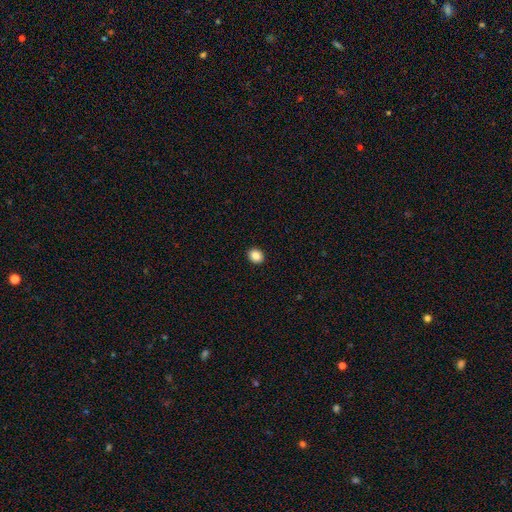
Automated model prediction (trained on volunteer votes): This is clearly a smooth galaxy (86%). How rounded: likely round (62%). Merging: clearly none (93%).